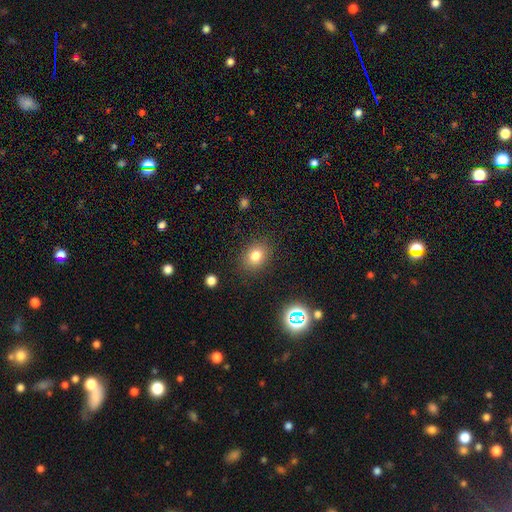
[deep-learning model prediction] Smooth or featured: smooth — 78% (star or artifact — 14%)
How rounded: round — 52% (in between — 47%)
Merging: none — 87% (minor disturbance — 9%)